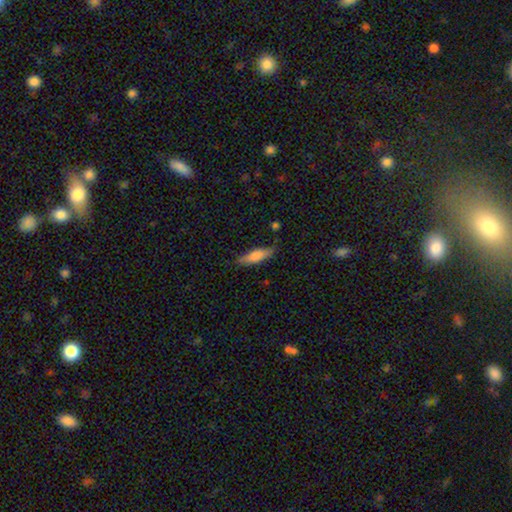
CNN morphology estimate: Smooth or featured?
  - smooth: 75% *
  - featured or disk: 18%
  - star or artifact: 6%
How rounded?
  - cigar-shaped: 54% *
  - in between: 44%
  - round: 2%
Merging?
  - none: 79% *
  - minor disturbance: 15%
  - major disturbance: 3%
  - merger: 2%